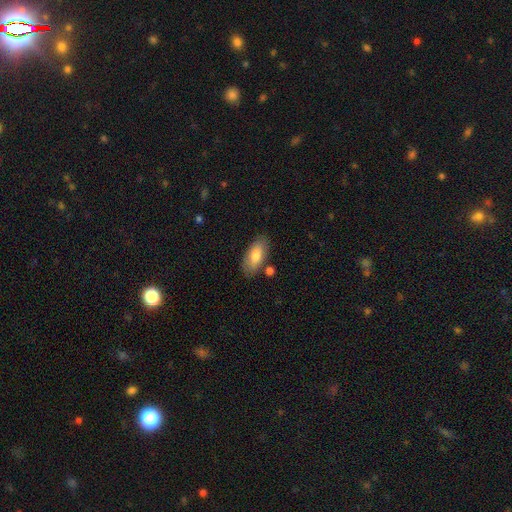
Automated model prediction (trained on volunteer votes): This appears to be a smooth galaxy with no disk features (80%) that is in between round and cigar-shaped (88%). Merging: none (78%).